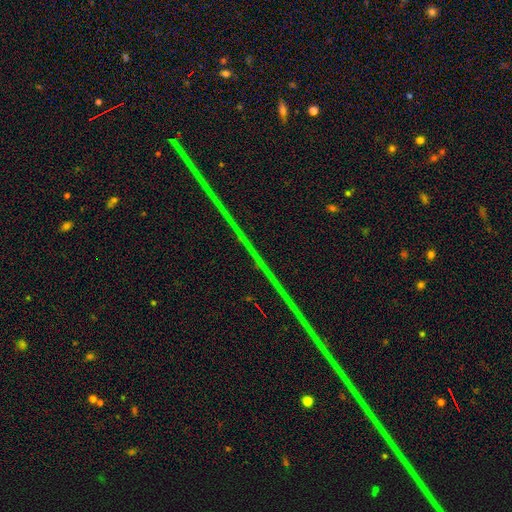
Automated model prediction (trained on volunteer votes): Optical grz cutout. It shows a star or artifact, not a galaxy (89%).